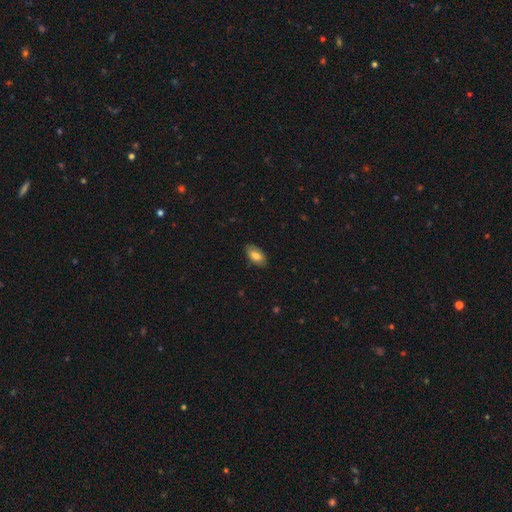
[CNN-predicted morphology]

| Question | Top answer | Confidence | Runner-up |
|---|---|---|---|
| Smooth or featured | smooth | 73% | featured or disk (20%) |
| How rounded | in between | 94% | round (3%) |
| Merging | none | 85% | minor disturbance (12%) |